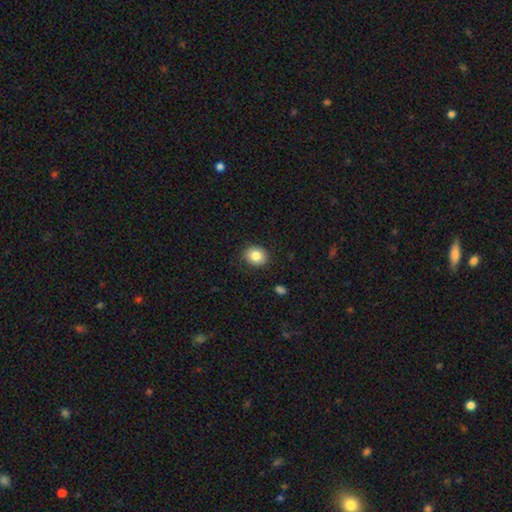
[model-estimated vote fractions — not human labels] This is clearly a smooth galaxy (84%). How rounded: likely round (66%). Merging: clearly none (89%).